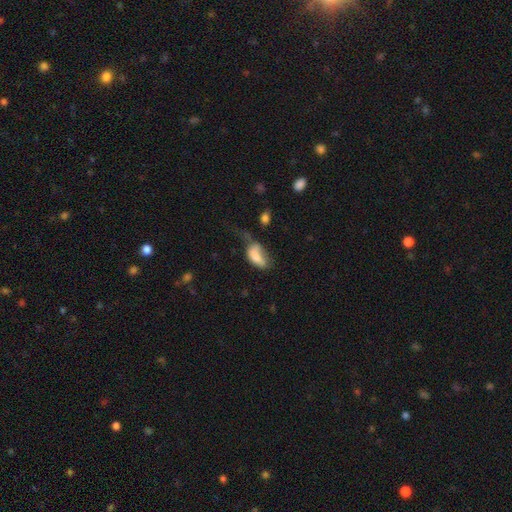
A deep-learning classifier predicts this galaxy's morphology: This is likely a smooth galaxy (74%). How rounded: clearly in between (91%). Merging: marginally major disturbance (41%).